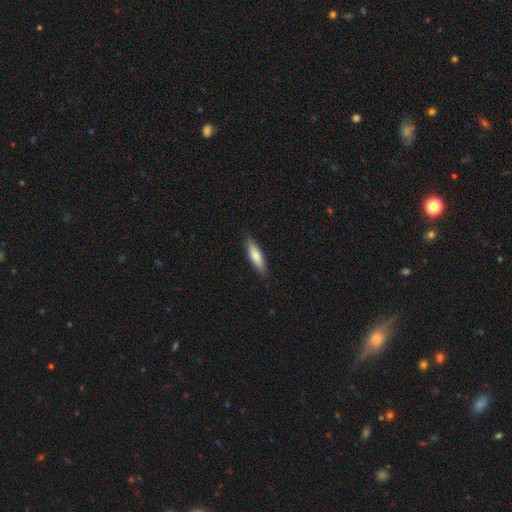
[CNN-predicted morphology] Smooth or featured? smooth (76%)
How rounded? cigar-shaped (62%)
Merging? none (86%)